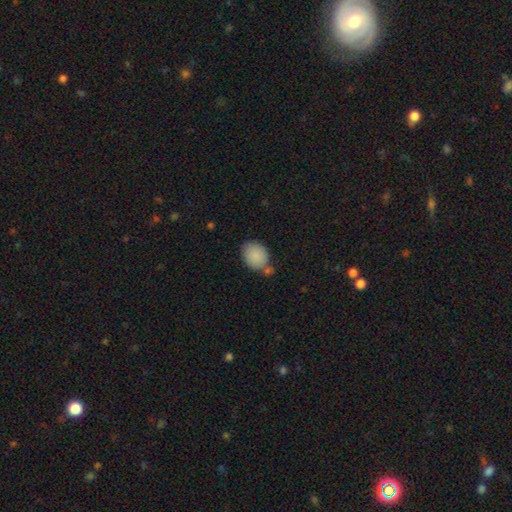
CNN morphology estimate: A smooth galaxy with no disk features (88%) that is in between round and cigar-shaped (62%). Merging: none (62%).